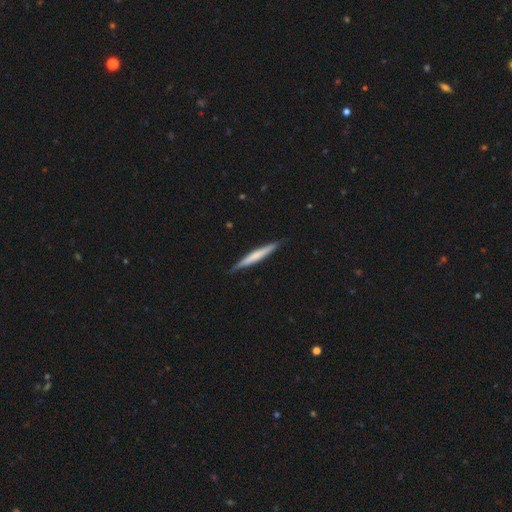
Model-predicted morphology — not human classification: Overall: smooth (50%; featured or disk 45%). How rounded: cigar-shaped (96%). Merging: none (89%).